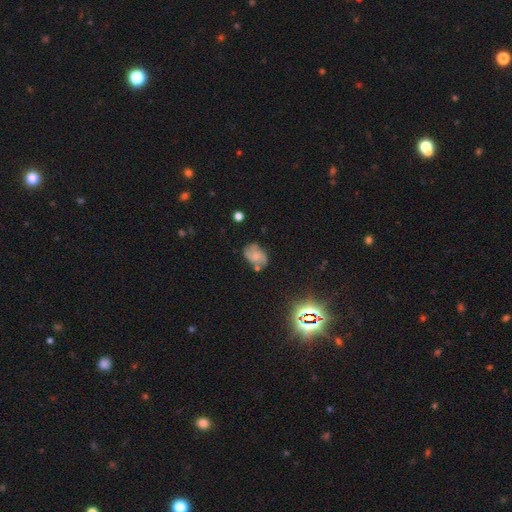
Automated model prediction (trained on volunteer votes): Smooth or featured? featured or disk (56%)
Edge-on disk? no (97%)
Bar? no (70%)
Spiral arms? yes (83%)
Bulge size? small (54%)
Merging? none (62%)